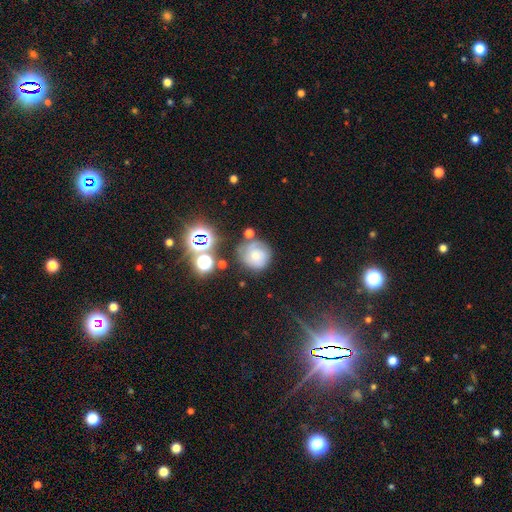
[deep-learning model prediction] Smooth or featured: smooth — 52% (featured or disk — 31%)
How rounded: round — 89% (in between — 10%)
Merging: none — 64% (minor disturbance — 19%)